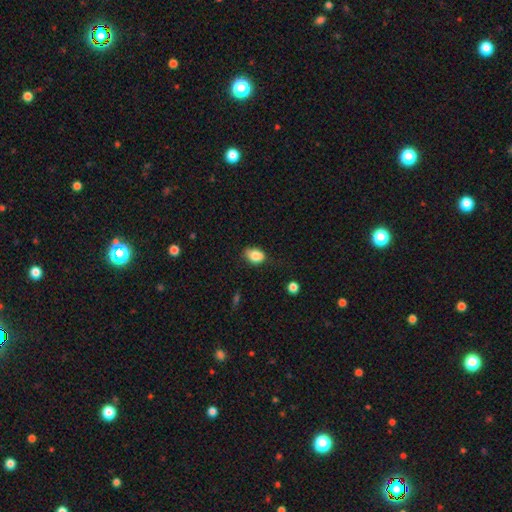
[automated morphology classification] Q: Smooth or featured?
A: smooth (85%); runner-up: star or artifact (9%)
Q: How rounded?
A: in between (75%); runner-up: round (24%)
Q: Merging?
A: none (65%); runner-up: minor disturbance (27%)